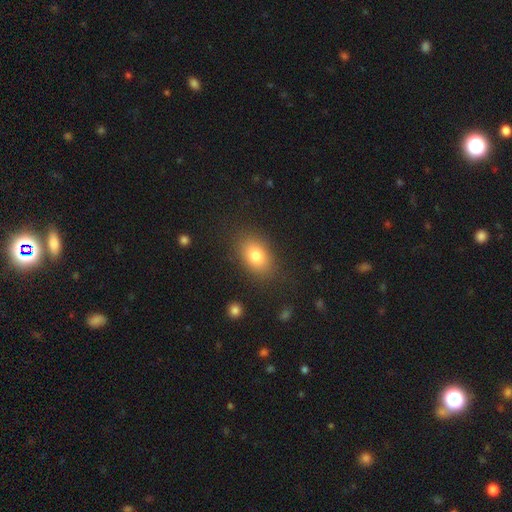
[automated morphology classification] smooth_or_featured: smooth (p=0.80) [alt: featured or disk p=0.10]
how_rounded: in between (p=0.84) [alt: round p=0.14]
merging: none (p=0.84) [alt: minor disturbance p=0.11]